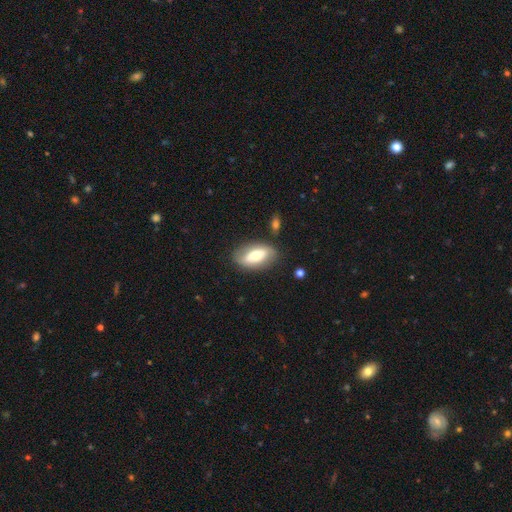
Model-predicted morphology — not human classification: Smooth or featured? smooth (61%)
How rounded? in between (87%)
Merging? none (79%)